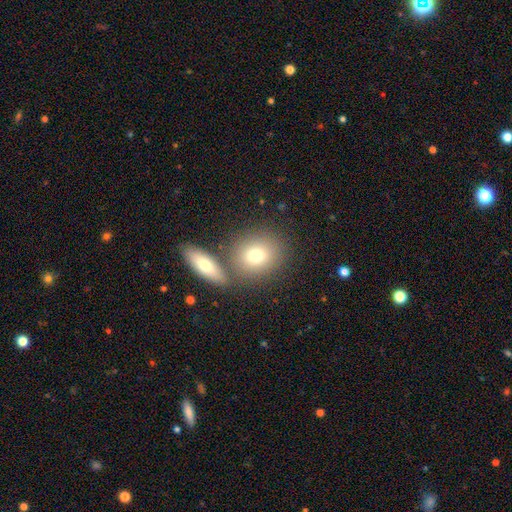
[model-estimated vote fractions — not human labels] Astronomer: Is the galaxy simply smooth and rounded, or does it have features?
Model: smooth — 75%.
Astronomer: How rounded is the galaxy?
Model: round — 60% (runner-up: in between, 38%).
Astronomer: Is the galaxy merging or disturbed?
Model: none — 65%.